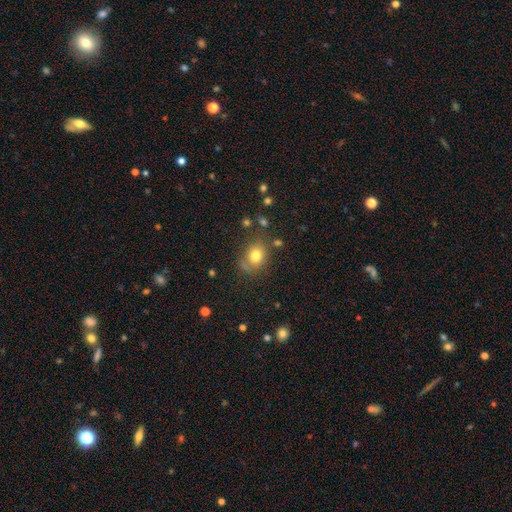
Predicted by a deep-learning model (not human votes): This appears to be a smooth galaxy with no disk features (77%) that is round (58%). Merging: none (71%).